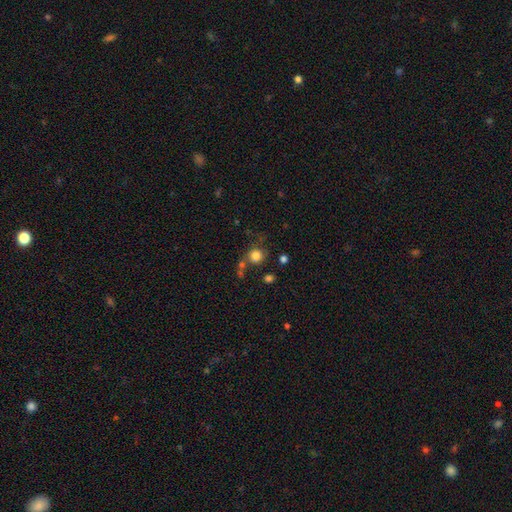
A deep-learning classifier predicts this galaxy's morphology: This is clearly a smooth galaxy (80%). How rounded: clearly round (86%). Merging: likely none (62%).